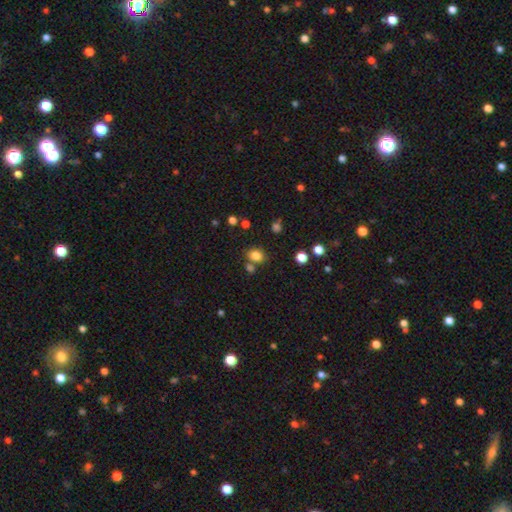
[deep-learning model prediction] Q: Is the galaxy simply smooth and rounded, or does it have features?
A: smooth — 81%.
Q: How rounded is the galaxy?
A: round — 51%.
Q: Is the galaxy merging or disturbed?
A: none — 68%.